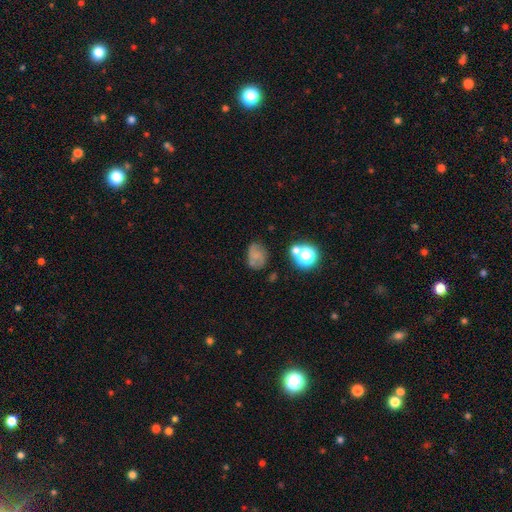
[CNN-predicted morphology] Smooth or featured? Predicted: smooth (p=0.50). Merging? Predicted: none (p=0.62).